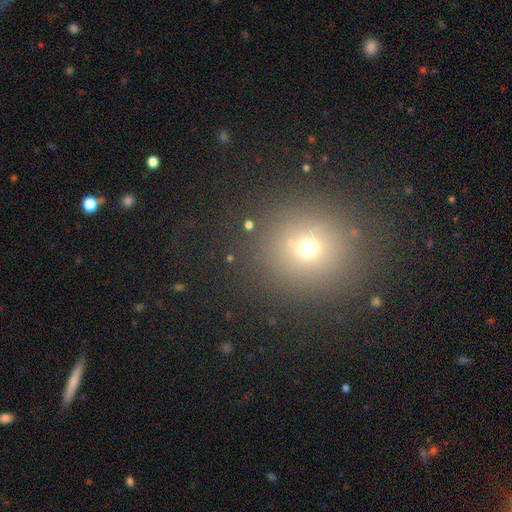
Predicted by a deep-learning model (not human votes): This is likely a smooth galaxy (62%). How rounded: clearly round (89%). Merging: clearly none (90%).